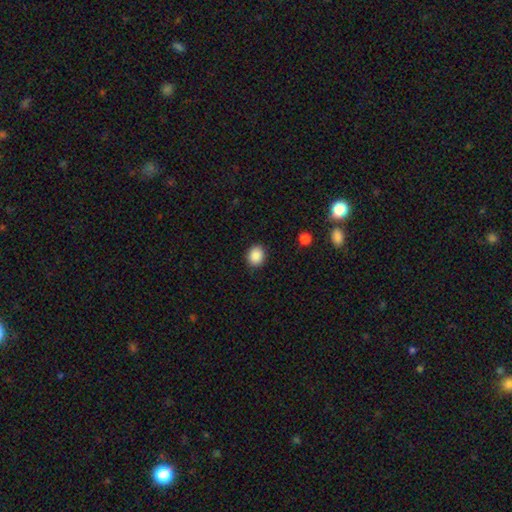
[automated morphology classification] The model was most divided on "how rounded": round: 67%, in between: 33%, cigar-shaped: 1%. More confident: merging — none (89%); smooth or featured — smooth (88%).